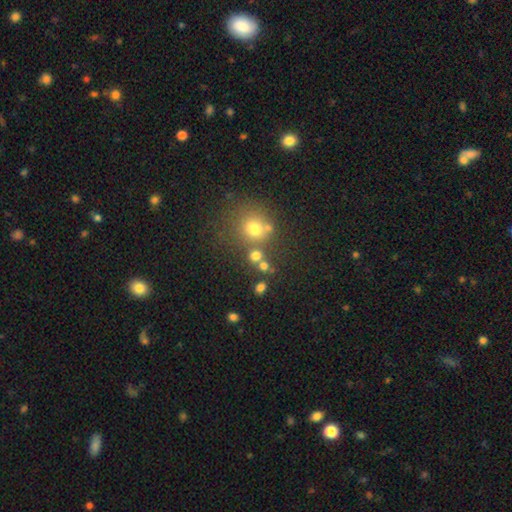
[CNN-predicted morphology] Smooth or featured: smooth — 69% (star or artifact — 20%)
How rounded: round — 77% (in between — 21%)
Merging: none — 58% (merger — 27%)